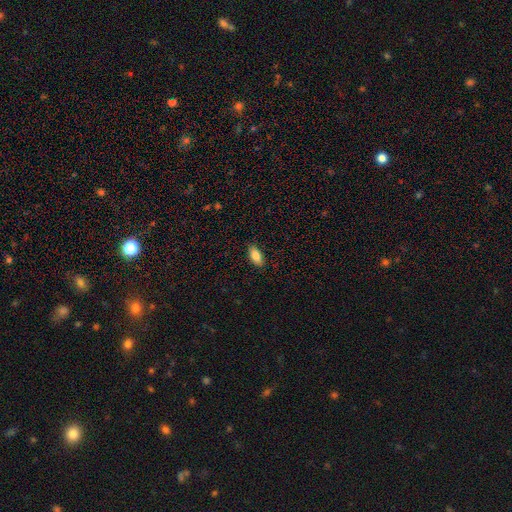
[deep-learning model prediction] A smooth galaxy with no disk features (84%) that is in between round and cigar-shaped (89%). Merging: none (87%).